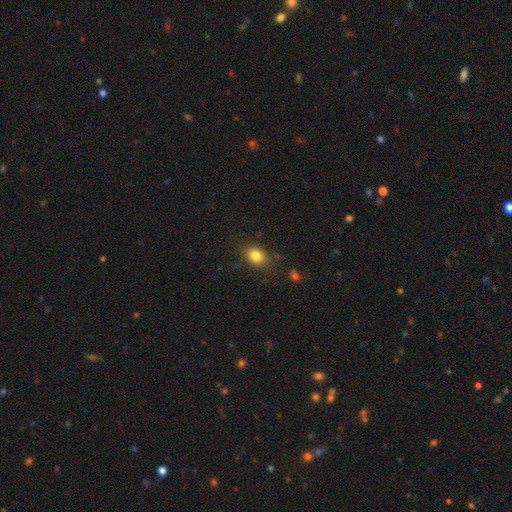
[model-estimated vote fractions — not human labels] smooth 82%, star or artifact 11%, featured or disk 7%. Down the decision tree: how rounded — in between (59%); merging — none (81%).